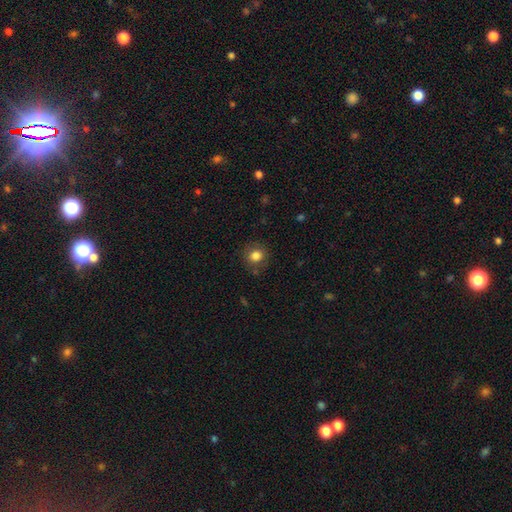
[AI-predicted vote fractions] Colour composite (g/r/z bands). It shows a smooth galaxy with no disk features (81%) that is round (87%). Merging: none (84%).